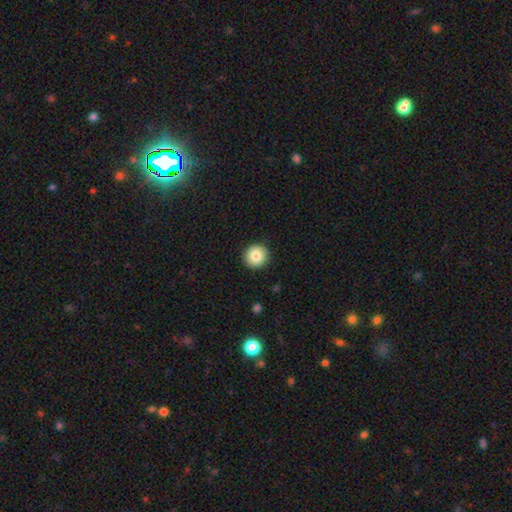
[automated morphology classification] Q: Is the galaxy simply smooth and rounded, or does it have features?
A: smooth — 84%.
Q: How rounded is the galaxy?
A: round — 95%.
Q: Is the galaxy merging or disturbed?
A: none — 92%.